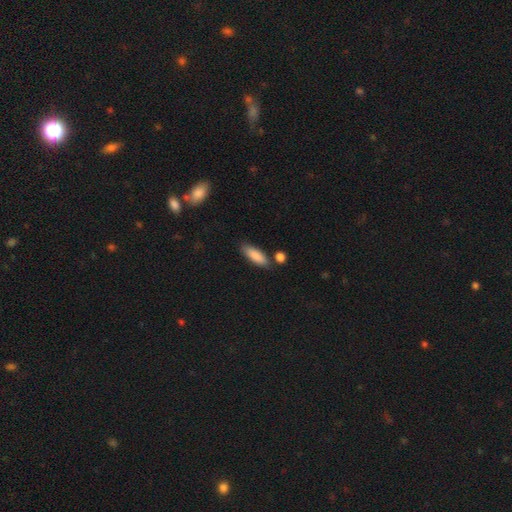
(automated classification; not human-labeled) Q: Smooth or featured?
A: smooth (87%); runner-up: featured or disk (7%)
Q: How rounded?
A: in between (58%); runner-up: cigar-shaped (40%)
Q: Merging?
A: none (77%); runner-up: minor disturbance (13%)